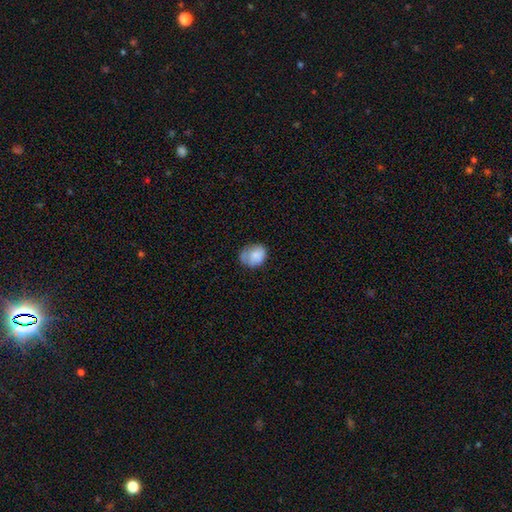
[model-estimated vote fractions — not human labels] This appears to be a smooth galaxy with no disk features (77%) that is in between round and cigar-shaped (51%). Merging: none (55%).